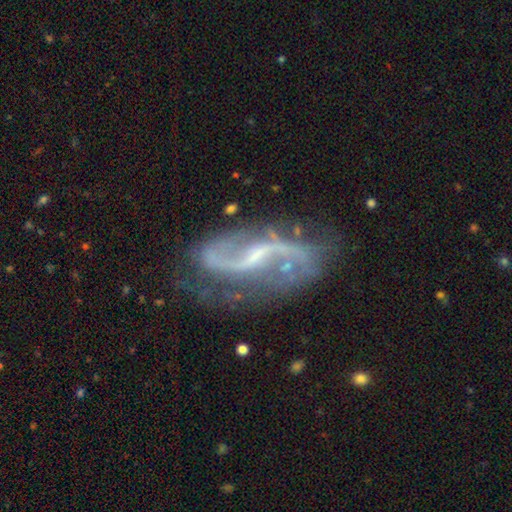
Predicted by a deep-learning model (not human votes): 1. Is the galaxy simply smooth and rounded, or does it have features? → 89% featured or disk, 6% star or artifact, 5% smooth.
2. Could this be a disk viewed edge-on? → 96% no, 4% yes.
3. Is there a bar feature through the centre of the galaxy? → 50% weak, 26% strong, 24% no.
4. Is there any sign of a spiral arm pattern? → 96% yes, 4% no.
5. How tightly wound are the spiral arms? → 65% loose, 27% medium, 8% tight.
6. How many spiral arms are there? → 91% 2, 3% can't tell, 2% 1, 1% 3, 1% 4, 1% more than 4.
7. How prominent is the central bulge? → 58% small, 21% moderate, 18% none, 2% large, 1% dominant.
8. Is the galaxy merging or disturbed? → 69% none, 18% minor disturbance, 10% major disturbance, 3% merger.